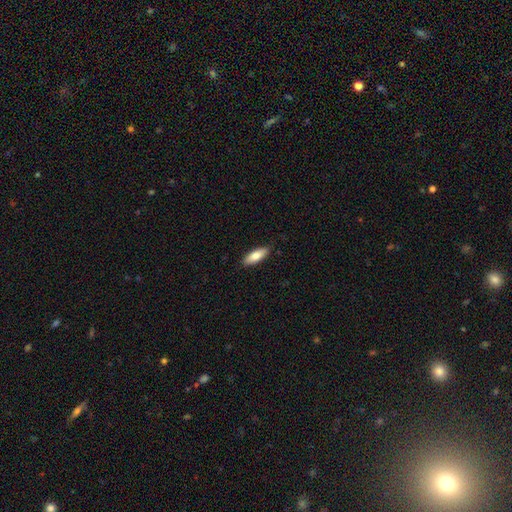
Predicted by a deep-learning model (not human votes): A smooth galaxy with no disk features (79%) that is in between round and cigar-shaped (66%). Merging: none (88%).